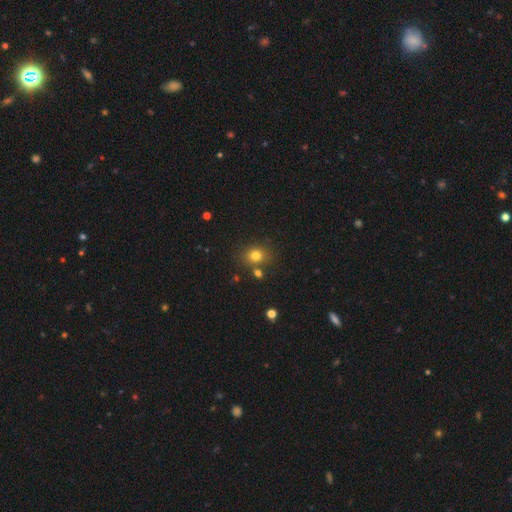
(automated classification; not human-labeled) smooth 77%, star or artifact 15%, featured or disk 8%. Down the decision tree: how rounded — round (64%); merging — none (75%).